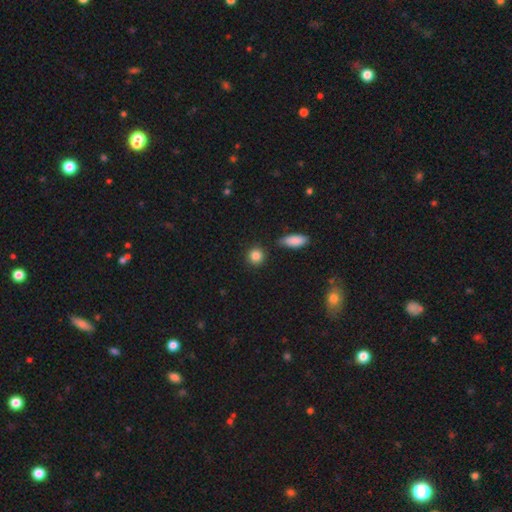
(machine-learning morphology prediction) This appears to be a smooth galaxy with no disk features (86%) that is round (88%). Merging: none (85%).